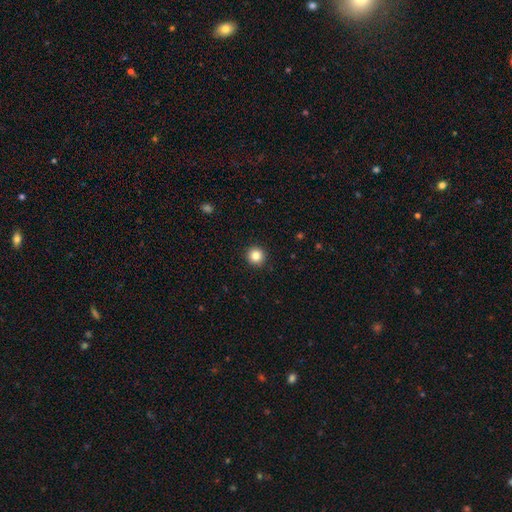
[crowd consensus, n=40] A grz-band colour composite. It shows a smooth galaxy with no disk features (92%) that is round (97%). Merging: none (95%).